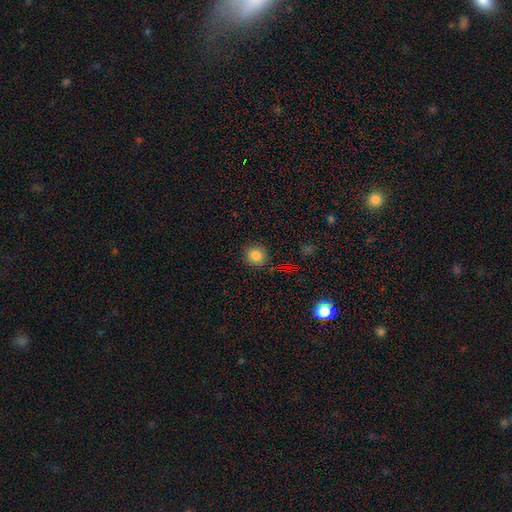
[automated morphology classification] A smooth galaxy with no disk features (82%) that is round (87%).

Vote fractions:
- Smooth or featured? smooth: 82% / star or artifact: 14% / featured or disk: 5%
- How rounded? round: 87% / in between: 12% / cigar-shaped: 1%
- Merging? none: 88% / minor disturbance: 8% / major disturbance: 2% / merger: 2%